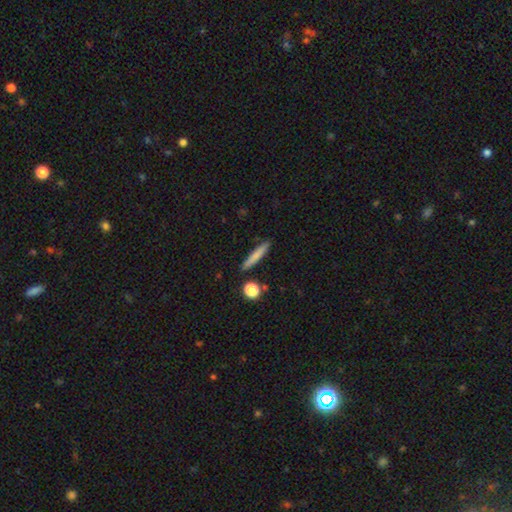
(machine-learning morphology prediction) smooth_or_featured: smooth (p=0.76) [alt: featured or disk p=0.17]
how_rounded: cigar-shaped (p=0.91) [alt: in between p=0.06]
merging: none (p=0.87) [alt: minor disturbance p=0.08]